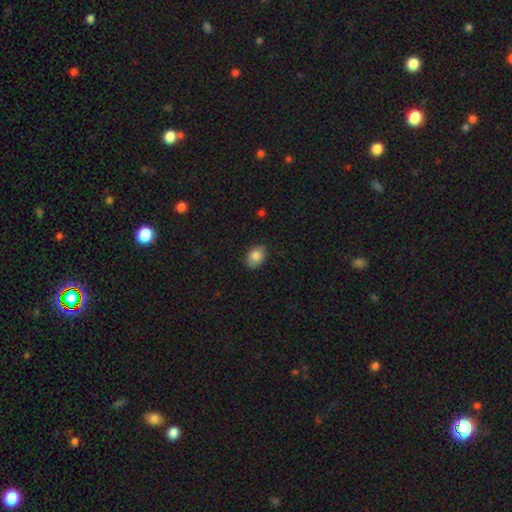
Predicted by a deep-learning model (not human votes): A smooth galaxy with no disk features (84%) that is in between round and cigar-shaped (79%).

Vote fractions:
- Smooth or featured? smooth: 84% / featured or disk: 8% / star or artifact: 8%
- How rounded? in between: 79% / round: 20% / cigar-shaped: 1%
- Merging? none: 80% / minor disturbance: 16% / major disturbance: 3% / merger: 1%